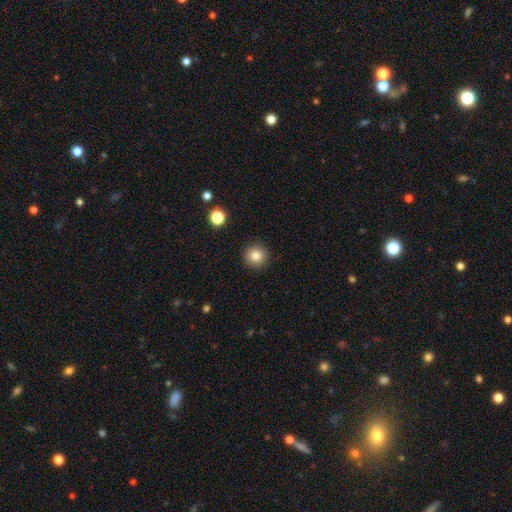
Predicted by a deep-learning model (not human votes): smooth-or-featured: smooth: 82% | star or artifact: 11% | featured or disk: 7%
  how-rounded: round: 95% | in between: 4% | cigar-shaped: 1%
  merging: none: 92% | minor disturbance: 5% | major disturbance: 2% | merger: 1%